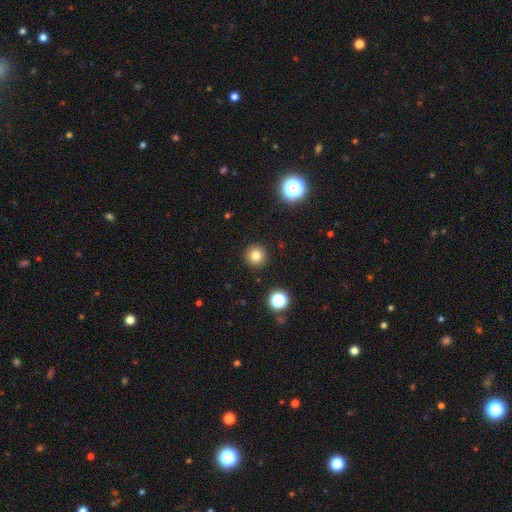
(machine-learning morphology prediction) Smooth or featured? Predicted: smooth (p=0.80). How rounded? Predicted: round (p=0.95). Merging? Predicted: none (p=0.92).